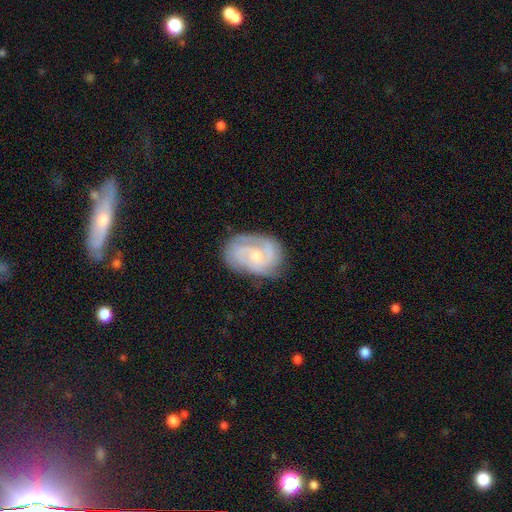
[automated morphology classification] Q: Smooth or featured?
A: featured or disk (81%); runner-up: smooth (14%)
Q: Edge-on disk?
A: no (97%); runner-up: yes (3%)
Q: Bar?
A: no (60%); runner-up: weak (34%)
Q: Spiral arms?
A: yes (95%); runner-up: no (5%)
Q: Spiral winding?
A: tight (56%); runner-up: medium (35%)
Q: Spiral arm count?
A: 2 (43%); runner-up: 3 (24%)
Q: Bulge size?
A: small (58%); runner-up: moderate (36%)
Q: Merging?
A: none (71%); runner-up: minor disturbance (21%)